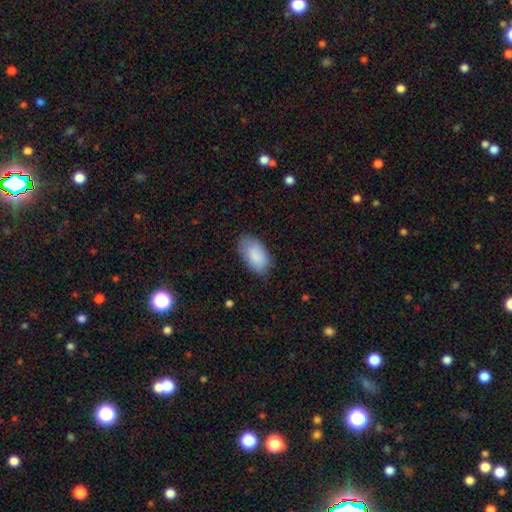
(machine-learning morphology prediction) Smooth or featured? Predicted: smooth (p=0.88). How rounded? Predicted: in between (p=0.95). Merging? Predicted: none (p=0.76).